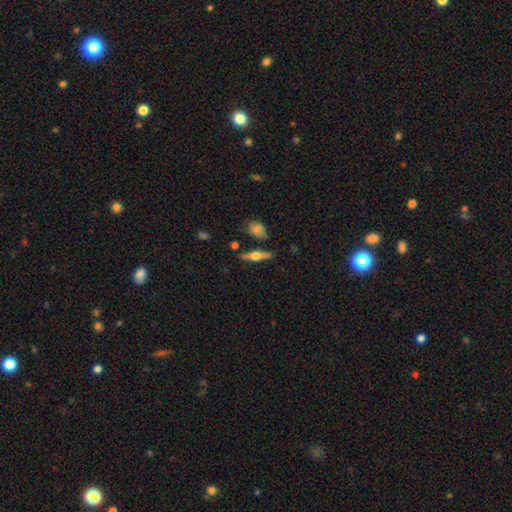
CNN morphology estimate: Q: Smooth or featured?
A: featured or disk (58%); runner-up: smooth (35%)
Q: Edge-on disk?
A: yes (94%); runner-up: no (6%)
Q: Edge-on bulge?
A: rounded (93%); runner-up: boxy (5%)
Q: Merging?
A: none (80%); runner-up: minor disturbance (12%)